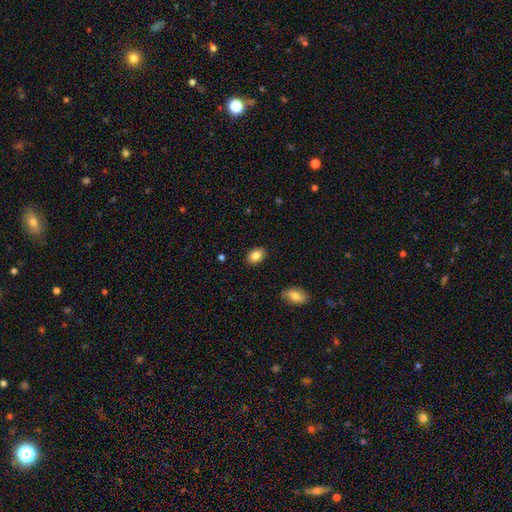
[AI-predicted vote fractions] smooth_or_featured: smooth (p=0.85) [alt: star or artifact p=0.08]
how_rounded: in between (p=0.83) [alt: round p=0.16]
merging: none (p=0.88) [alt: minor disturbance p=0.09]